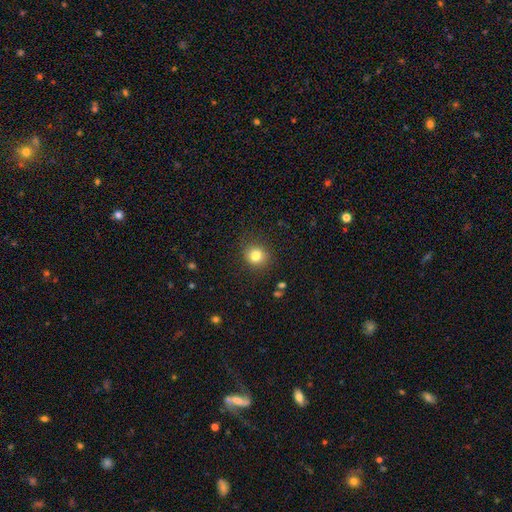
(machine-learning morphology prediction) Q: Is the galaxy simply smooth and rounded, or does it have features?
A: smooth — 81%.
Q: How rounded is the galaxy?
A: round — 88%.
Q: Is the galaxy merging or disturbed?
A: none — 87%.